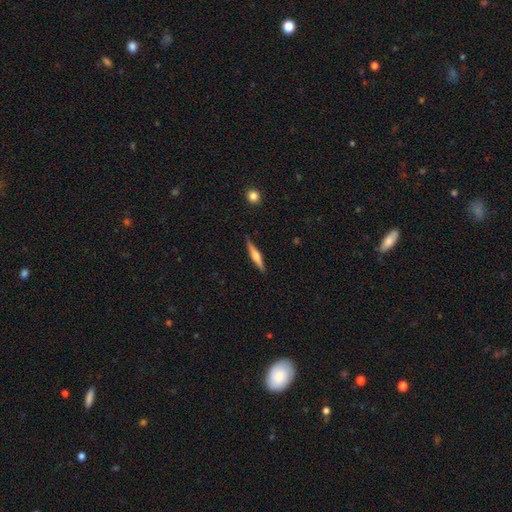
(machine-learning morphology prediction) A featured or disk galaxy (51%) viewed edge-on (97%).

Vote fractions:
- Smooth or featured? featured or disk: 51% / smooth: 43% / star or artifact: 6%
- Edge-on disk? yes: 97% / no: 3%
- Merging? none: 87% / minor disturbance: 10% / major disturbance: 2% / merger: 1%